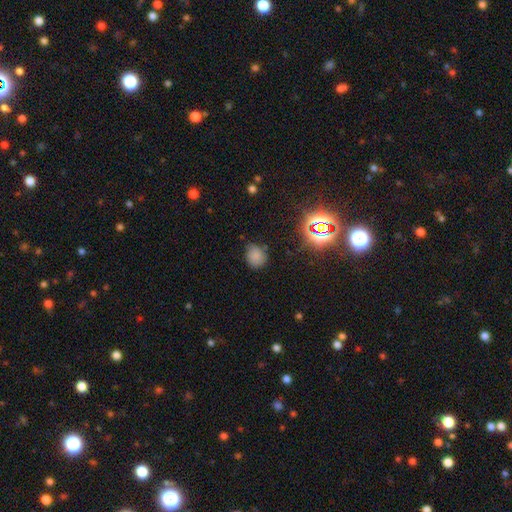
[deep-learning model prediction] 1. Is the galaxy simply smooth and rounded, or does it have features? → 72% smooth, 20% star or artifact, 8% featured or disk.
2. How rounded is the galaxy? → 76% round, 23% in between, 1% cigar-shaped.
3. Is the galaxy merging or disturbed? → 66% none, 26% minor disturbance, 6% major disturbance, 3% merger.